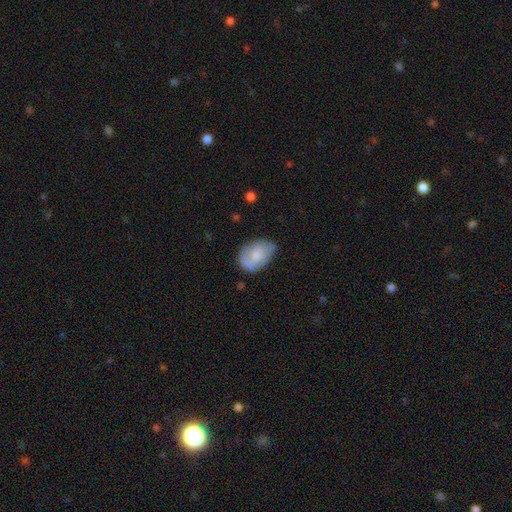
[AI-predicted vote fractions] A smooth galaxy with no disk features (65%) that is in between round and cigar-shaped (81%).

Vote fractions:
- Smooth or featured? smooth: 65% / featured or disk: 28% / star or artifact: 7%
- How rounded? in between: 81% / round: 18% / cigar-shaped: 1%
- Merging? none: 52% / minor disturbance: 34% / major disturbance: 11% / merger: 3%